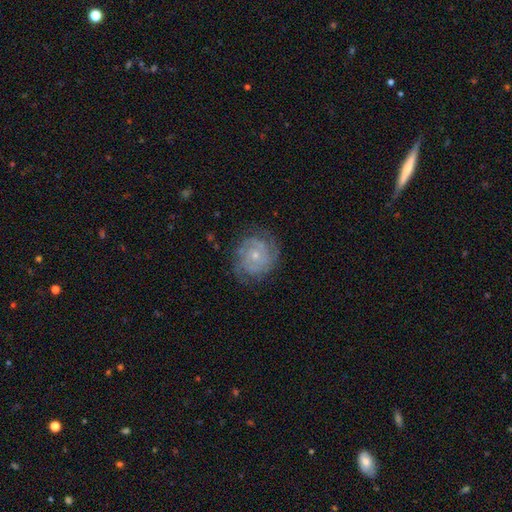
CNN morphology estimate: Smooth or featured?
  - featured or disk: 80% *
  - smooth: 13%
  - star or artifact: 7%
Edge-on disk?
  - no: 98% *
  - yes: 2%
Bar?
  - no: 79% *
  - weak: 18%
  - strong: 3%
Spiral arms?
  - yes: 93% *
  - no: 7%
Spiral winding?
  - tight: 69% *
  - medium: 25%
  - loose: 6%
Spiral arm count?
  - can't tell: 33% *
  - 2: 26%
  - 3: 21%
  - 4: 9%
  - more than 4: 6%
  - 1: 6%
Bulge size?
  - small: 67% *
  - moderate: 29%
  - none: 2%
  - large: 1%
  - dominant: 1%
Merging?
  - none: 76% *
  - minor disturbance: 16%
  - major disturbance: 7%
  - merger: 1%